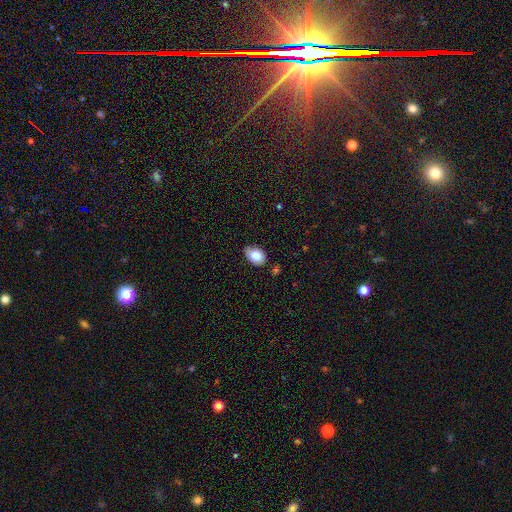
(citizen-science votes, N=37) Volunteers were most divided on "merging": none: 61%, minor disturbance: 33%, merger: 6%, major disturbance: 0%. More confident: smooth or featured — smooth (95%); how rounded — in between (77%).